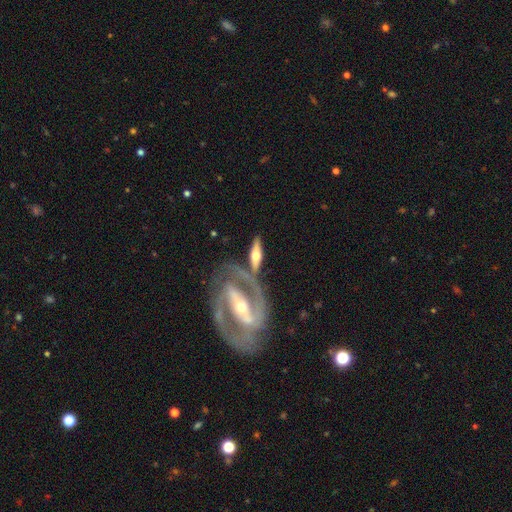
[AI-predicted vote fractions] This is likely a featured or disk galaxy (69%). It is likely viewed edge-on (64%). Merging: possibly none (56%).